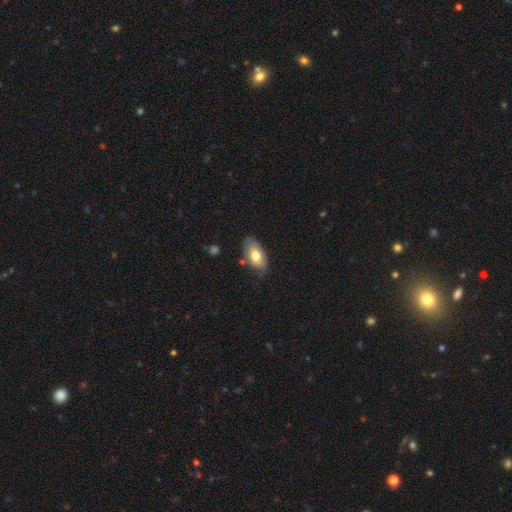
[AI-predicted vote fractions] The model was most divided on "smooth or featured": smooth: 71%, featured or disk: 22%, star or artifact: 6%. More confident: how rounded — in between (92%); merging — none (71%).